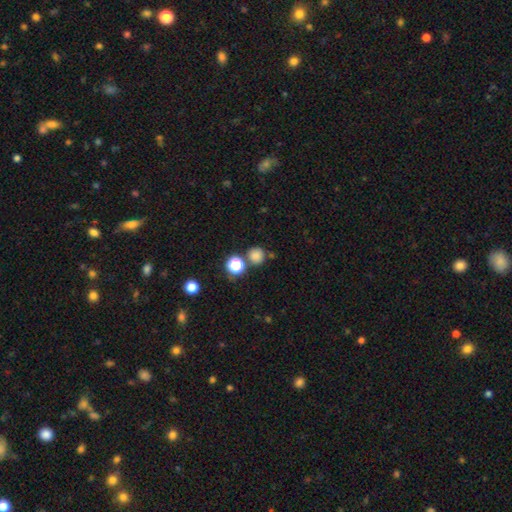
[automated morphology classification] Smooth or featured: smooth — 78% (star or artifact — 17%)
How rounded: round — 92% (in between — 7%)
Merging: none — 74% (merger — 14%)